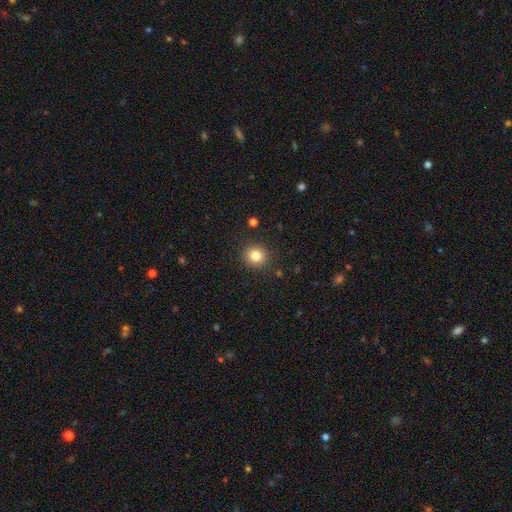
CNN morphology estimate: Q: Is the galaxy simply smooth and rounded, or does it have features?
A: smooth — 82%.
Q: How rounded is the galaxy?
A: round — 90%.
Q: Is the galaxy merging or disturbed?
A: none — 90%.